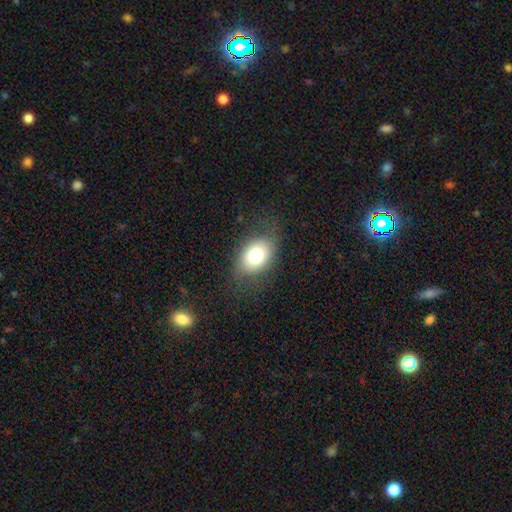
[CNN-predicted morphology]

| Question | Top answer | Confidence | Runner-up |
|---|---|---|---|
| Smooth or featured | smooth | 72% | featured or disk (18%) |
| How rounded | in between | 79% | round (20%) |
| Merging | none | 74% | minor disturbance (16%) |